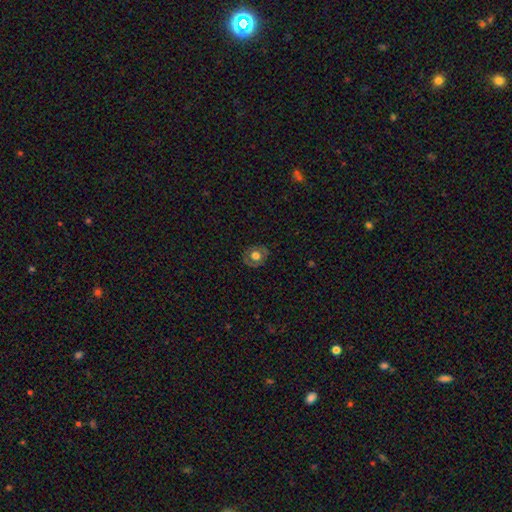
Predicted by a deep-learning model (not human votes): Smooth or featured: smooth — 54% (featured or disk — 37%)
How rounded: round — 71% (in between — 28%)
Merging: none — 80% (minor disturbance — 14%)